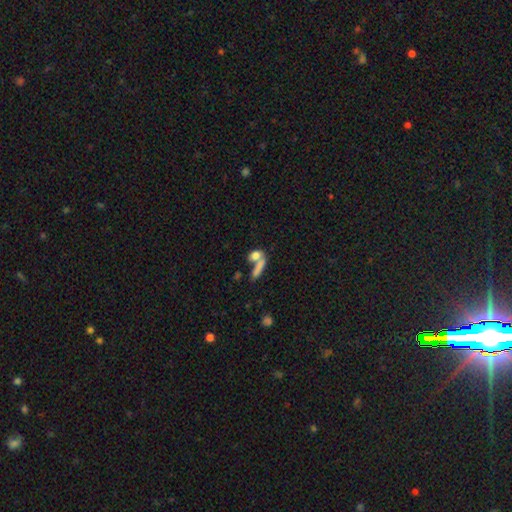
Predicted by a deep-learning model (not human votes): smooth-or-featured: smooth: 74% | featured or disk: 16% | star or artifact: 10%
  how-rounded: in between: 58% | cigar-shaped: 25% | round: 17%
  merging: merger: 48% | none: 36% | minor disturbance: 9% | major disturbance: 7%